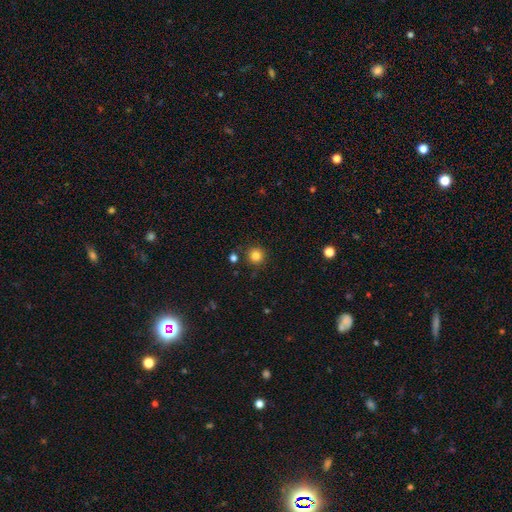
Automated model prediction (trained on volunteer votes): Morphology: type=smooth (83%); roundness=round (95%); merging=none (87%).